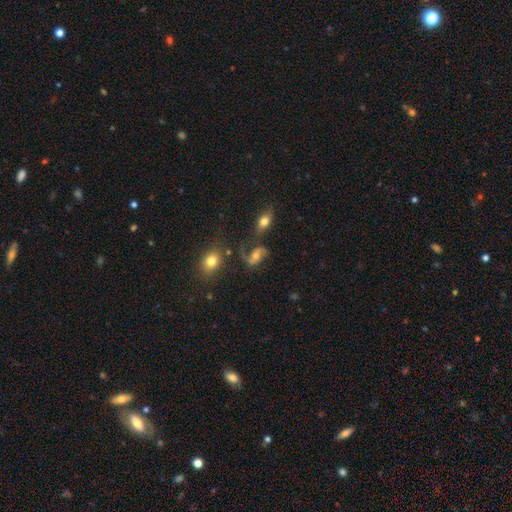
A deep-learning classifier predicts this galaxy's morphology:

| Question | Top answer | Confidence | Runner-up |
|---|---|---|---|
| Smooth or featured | featured or disk | 61% | smooth (26%) |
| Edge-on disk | no | 96% | yes (4%) |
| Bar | no | 56% | weak (32%) |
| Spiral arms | yes | 86% | no (14%) |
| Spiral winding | loose | 57% | medium (33%) |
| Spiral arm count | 2 | 83% | 1 (9%) |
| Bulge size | moderate | 52% | small (31%) |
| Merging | none | 47% | major disturbance (20%) |